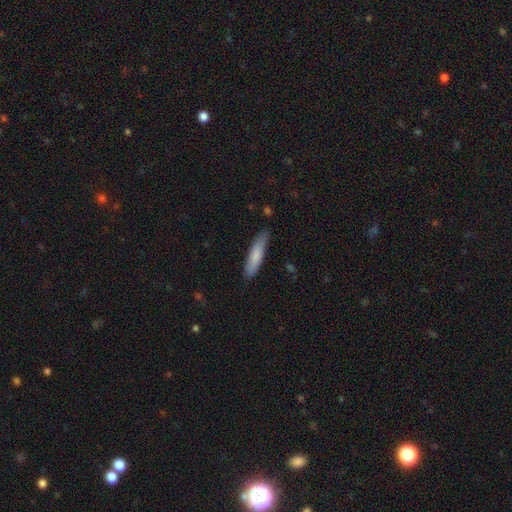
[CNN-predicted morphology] Smooth or featured: smooth — 79% (featured or disk — 15%)
How rounded: cigar-shaped — 82% (in between — 16%)
Merging: none — 80% (minor disturbance — 16%)